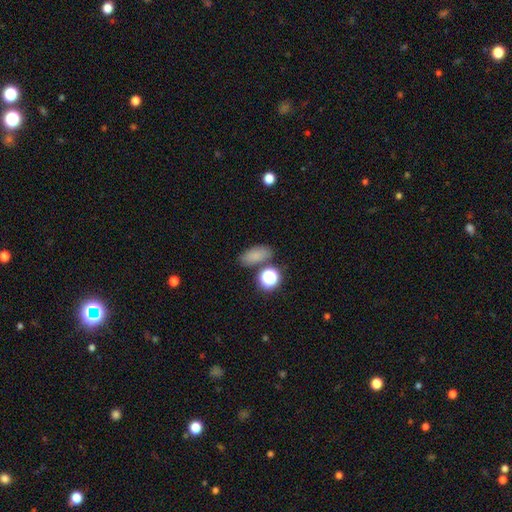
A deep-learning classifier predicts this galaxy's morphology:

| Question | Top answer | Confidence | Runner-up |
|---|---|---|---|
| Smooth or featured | smooth | 78% | star or artifact (14%) |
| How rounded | in between | 83% | round (12%) |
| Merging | none | 76% | minor disturbance (12%) |